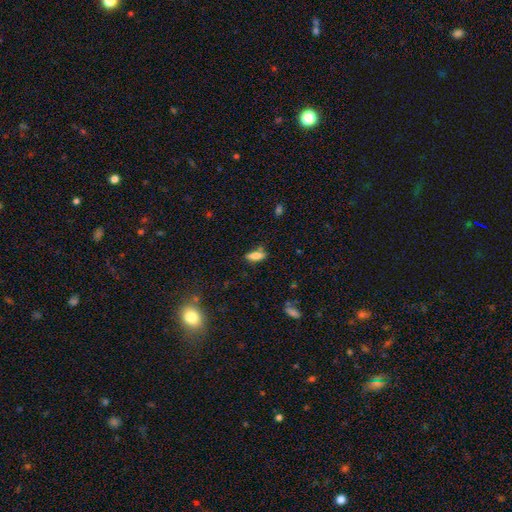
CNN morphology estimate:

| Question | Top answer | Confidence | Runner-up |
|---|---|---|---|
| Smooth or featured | smooth | 72% | featured or disk (18%) |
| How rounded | in between | 65% | cigar-shaped (32%) |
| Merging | none | 67% | minor disturbance (19%) |